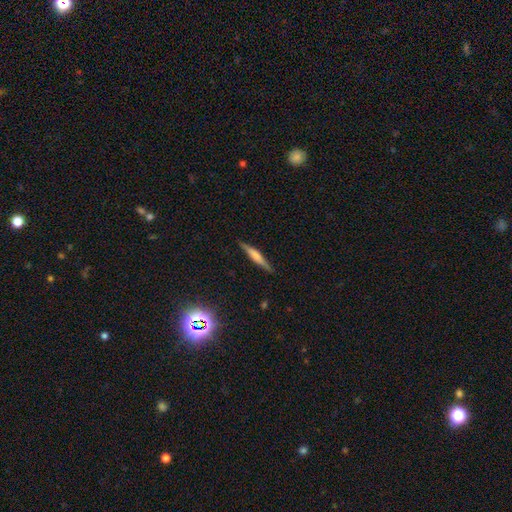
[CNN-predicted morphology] smooth-or-featured: featured or disk: 51% | smooth: 41% | star or artifact: 8%
  disk-edge-on: yes: 96% | no: 4%
  merging: none: 89% | minor disturbance: 8% | major disturbance: 2% | merger: 1%